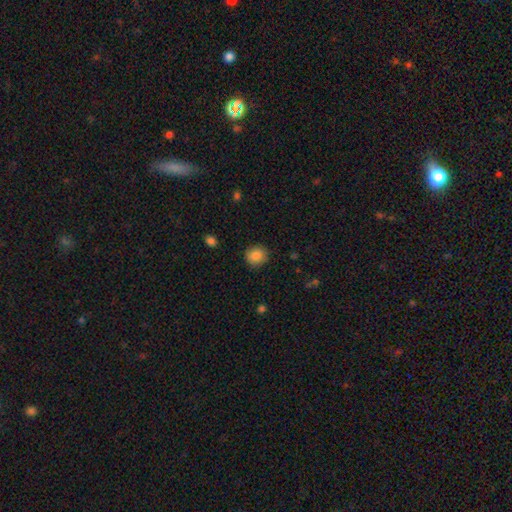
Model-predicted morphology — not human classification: smooth_or_featured: smooth (p=0.87) [alt: star or artifact p=0.09]
how_rounded: round (p=0.86) [alt: in between p=0.13]
merging: none (p=0.89) [alt: minor disturbance p=0.08]